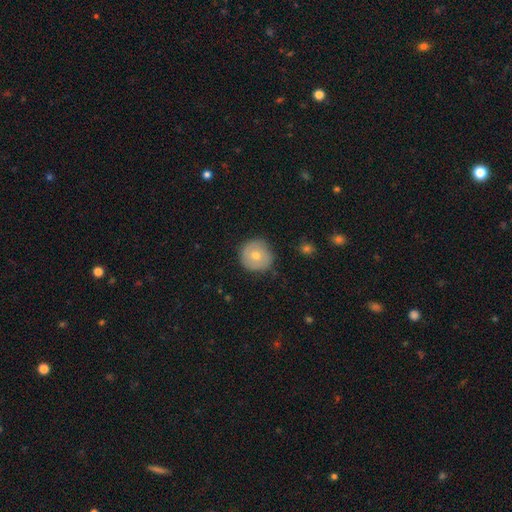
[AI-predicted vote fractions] Smooth or featured? smooth (66%)
How rounded? round (94%)
Merging? none (84%)